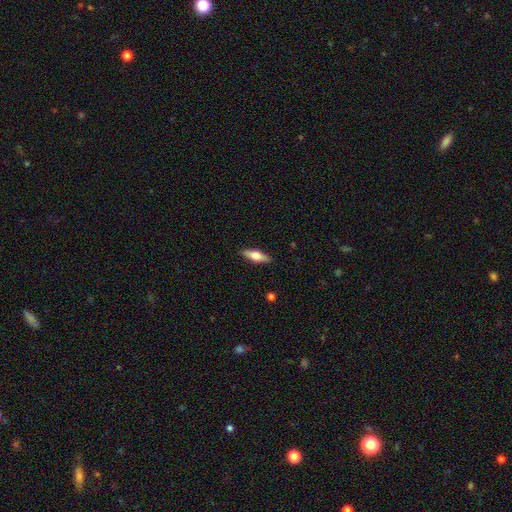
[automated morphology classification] The model was most divided on "how rounded": cigar-shaped: 50%, in between: 47%, round: 3%. More confident: merging — none (89%); smooth or featured — smooth (53%).